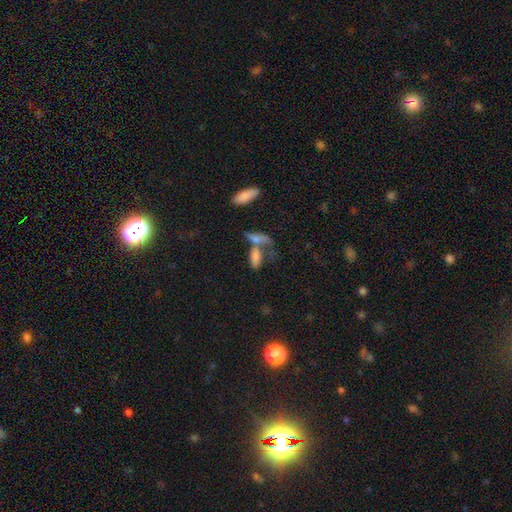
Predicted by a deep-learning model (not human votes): Overall: smooth (68%). How rounded: in between (75%). Merging: merger (52%; none 26%).